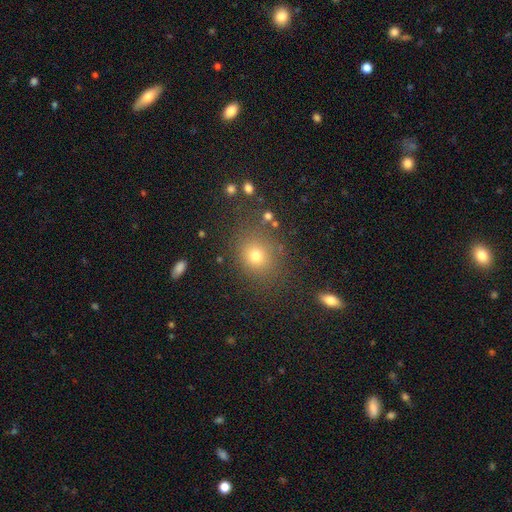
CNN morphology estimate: smooth_or_featured: smooth (p=0.73) [alt: star or artifact p=0.18]
how_rounded: round (p=0.69) [alt: in between p=0.30]
merging: none (p=0.80) [alt: minor disturbance p=0.11]